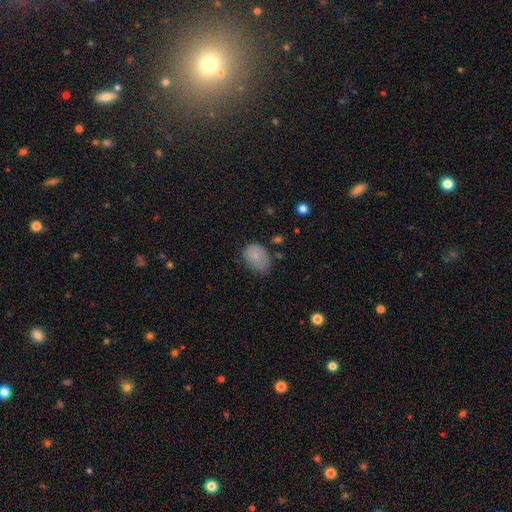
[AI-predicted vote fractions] Smooth or featured?
  - smooth: 79% *
  - featured or disk: 14%
  - star or artifact: 8%
How rounded?
  - in between: 76% *
  - round: 23%
  - cigar-shaped: 1%
Merging?
  - none: 51% *
  - minor disturbance: 37%
  - major disturbance: 10%
  - merger: 3%